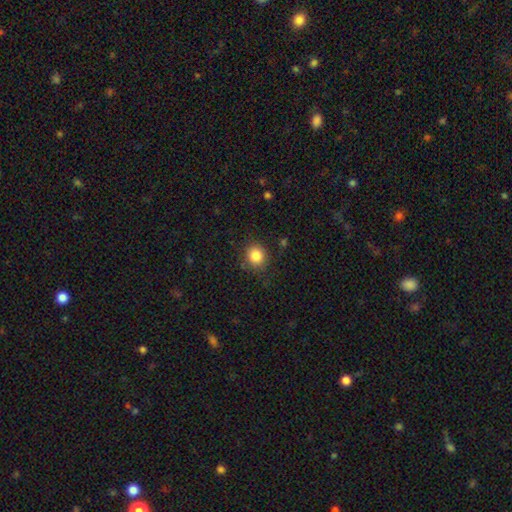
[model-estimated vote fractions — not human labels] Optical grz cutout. It shows a smooth galaxy with no disk features (84%) that is round (78%). Merging: none (84%).